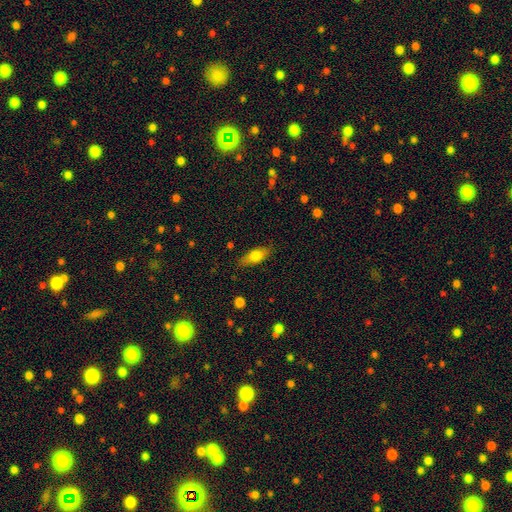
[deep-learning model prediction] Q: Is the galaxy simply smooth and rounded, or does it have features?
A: smooth — 73%.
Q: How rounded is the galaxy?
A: in between — 74%.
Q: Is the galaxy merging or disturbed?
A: none — 83%.